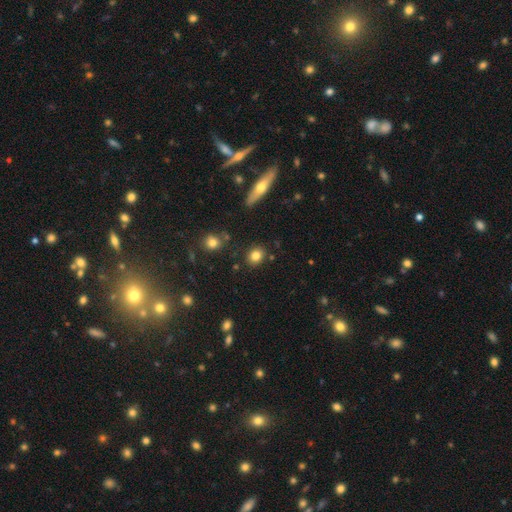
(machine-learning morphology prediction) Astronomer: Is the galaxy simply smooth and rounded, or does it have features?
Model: smooth — 82%.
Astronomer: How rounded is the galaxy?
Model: round — 65%.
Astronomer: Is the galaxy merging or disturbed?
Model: none — 85%.